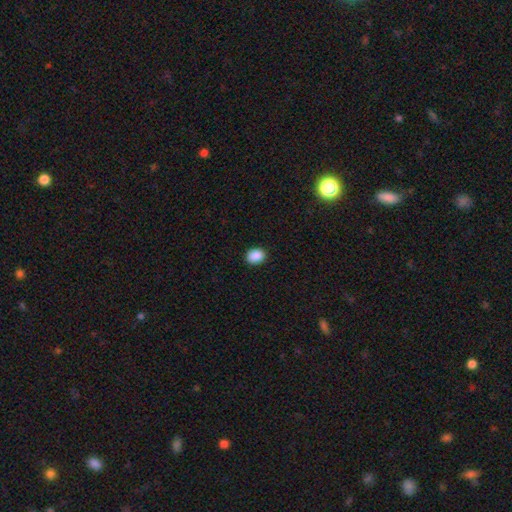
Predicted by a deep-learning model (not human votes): This is clearly a smooth galaxy (89%). How rounded: possibly in between (53%). Merging: clearly none (90%).